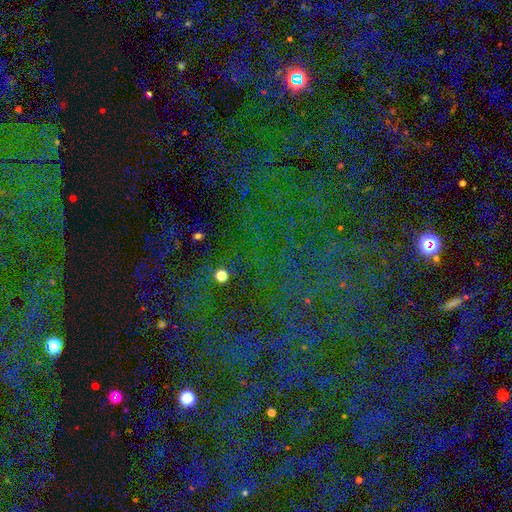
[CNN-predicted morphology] type=star or artifact (81%).